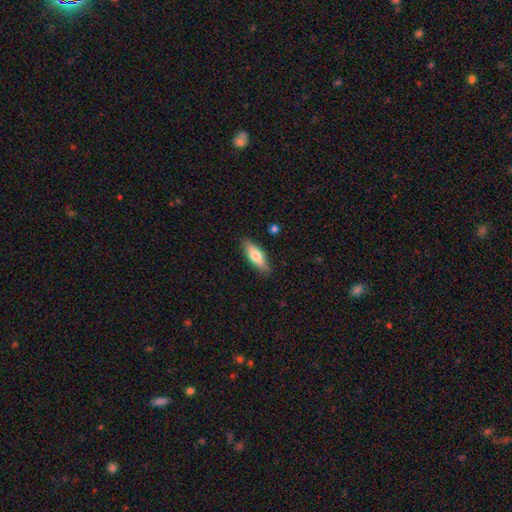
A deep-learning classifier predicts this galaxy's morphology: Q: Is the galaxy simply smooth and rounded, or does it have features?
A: smooth — 66%.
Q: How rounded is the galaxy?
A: in between — 55%.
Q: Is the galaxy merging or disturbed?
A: none — 87%.